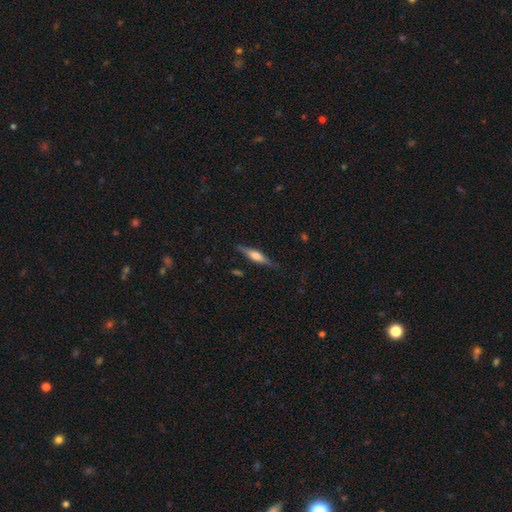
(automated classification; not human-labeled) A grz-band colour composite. It shows a featured or disk galaxy (57%) viewed edge-on (96%) with a rounded central bulge (76%). Merging: none (83%).